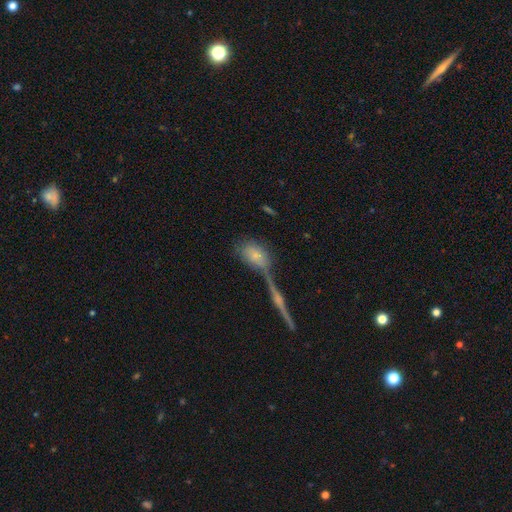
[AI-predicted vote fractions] Morphology: type=smooth (64%); roundness=in between (78%); merging=none (44%).